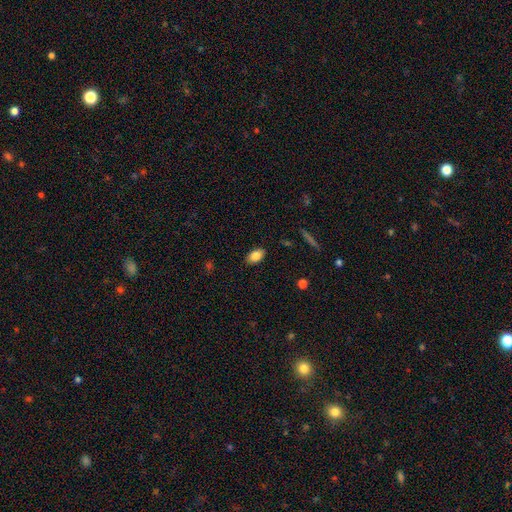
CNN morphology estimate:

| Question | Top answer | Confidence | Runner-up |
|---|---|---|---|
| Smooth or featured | smooth | 84% | star or artifact (8%) |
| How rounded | in between | 91% | round (6%) |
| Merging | none | 87% | minor disturbance (10%) |